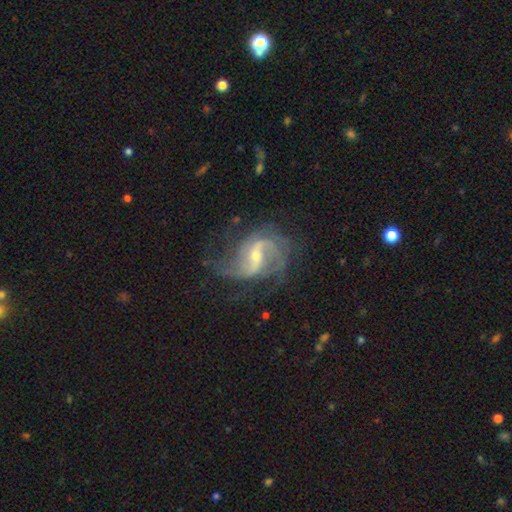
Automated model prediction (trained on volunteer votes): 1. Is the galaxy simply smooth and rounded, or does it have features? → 89% featured or disk, 6% star or artifact, 5% smooth.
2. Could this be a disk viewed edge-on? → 98% no, 2% yes.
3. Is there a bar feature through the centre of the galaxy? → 52% weak, 31% strong, 17% no.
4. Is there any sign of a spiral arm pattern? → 97% yes, 3% no.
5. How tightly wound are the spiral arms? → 45% medium, 41% loose, 14% tight.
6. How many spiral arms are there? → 63% 2, 14% 3, 10% can't tell, 5% 4, 4% 1, 4% more than 4.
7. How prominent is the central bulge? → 56% small, 39% moderate, 3% none, 2% large, 1% dominant.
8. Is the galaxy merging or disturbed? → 63% none, 20% minor disturbance, 16% major disturbance, 2% merger.